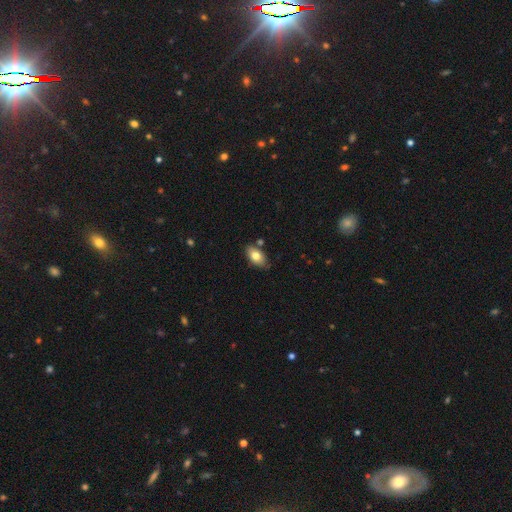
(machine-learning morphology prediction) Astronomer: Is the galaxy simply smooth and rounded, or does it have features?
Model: smooth — 76%.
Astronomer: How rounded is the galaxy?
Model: in between — 92%.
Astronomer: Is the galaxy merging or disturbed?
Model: none — 78%.